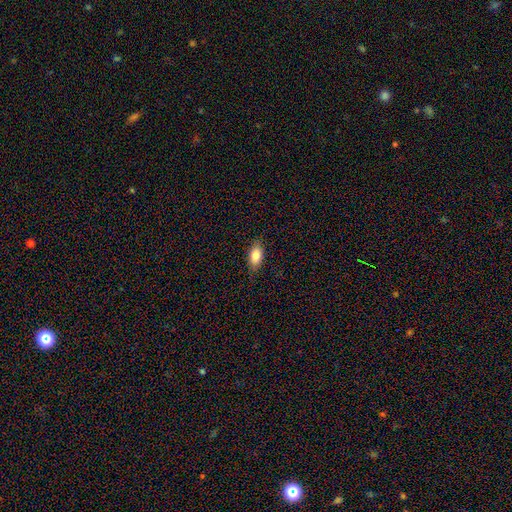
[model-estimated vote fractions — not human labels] Overall: smooth (83%). How rounded: in between (89%). Merging: none (83%).